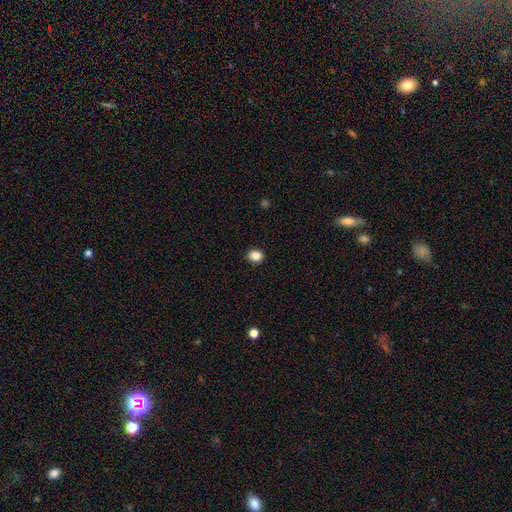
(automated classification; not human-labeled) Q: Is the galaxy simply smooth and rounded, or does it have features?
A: smooth — 86%.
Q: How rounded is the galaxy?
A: round — 63%.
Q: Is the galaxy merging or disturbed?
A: none — 91%.